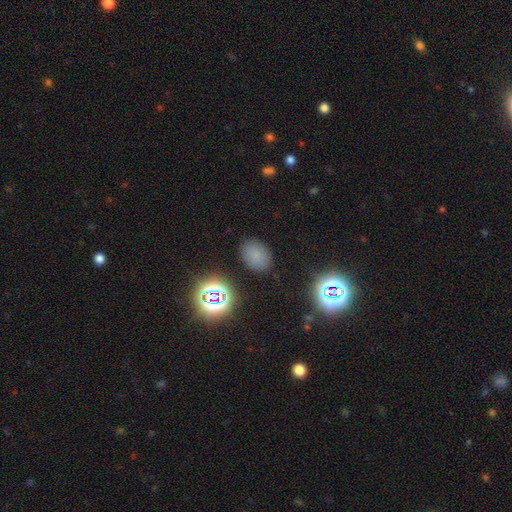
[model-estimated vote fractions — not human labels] smooth-or-featured: smooth: 70% | star or artifact: 22% | featured or disk: 7%
  how-rounded: in between: 66% | round: 33% | cigar-shaped: 1%
  merging: none: 84% | minor disturbance: 11% | major disturbance: 3% | merger: 2%